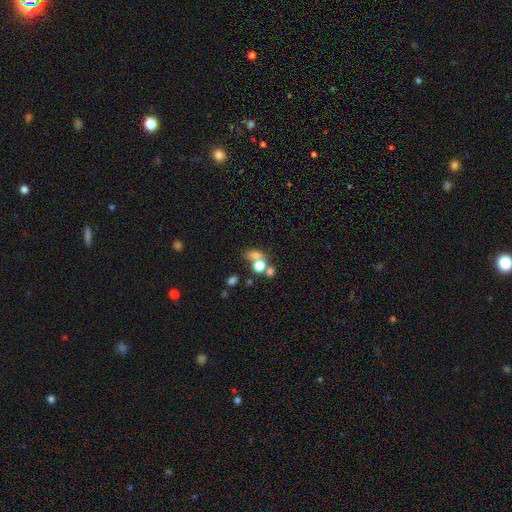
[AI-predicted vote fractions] This appears to be a smooth galaxy with no disk features (66%) that is round (56%). Merging: merger (47%).